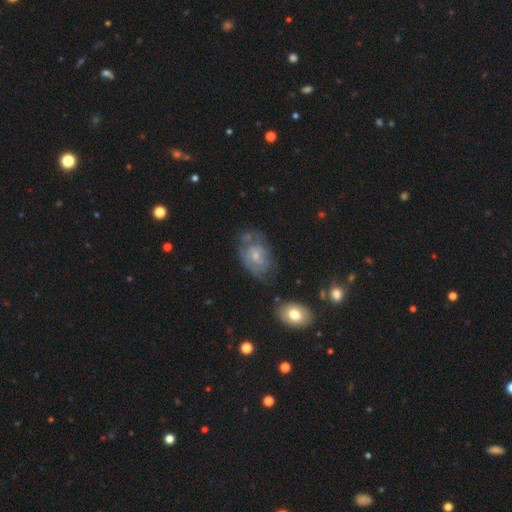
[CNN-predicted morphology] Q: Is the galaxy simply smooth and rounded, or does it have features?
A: featured or disk — 63%.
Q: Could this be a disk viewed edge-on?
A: no — 96%.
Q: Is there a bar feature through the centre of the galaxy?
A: no — 69%.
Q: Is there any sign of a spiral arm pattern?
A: yes — 70%.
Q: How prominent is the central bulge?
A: small — 63%.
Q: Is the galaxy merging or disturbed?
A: none — 49%.